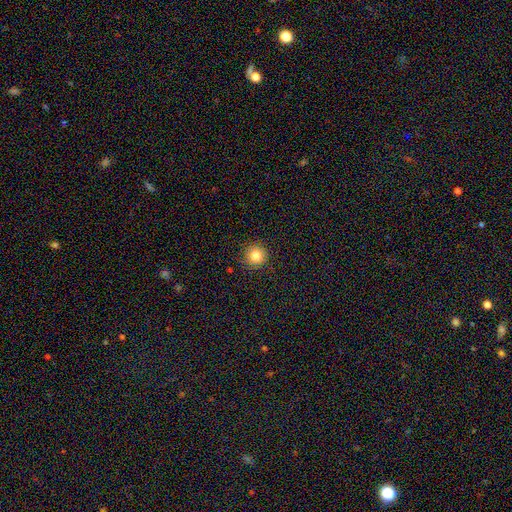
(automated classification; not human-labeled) This is clearly a smooth galaxy (82%). How rounded: clearly round (95%). Merging: clearly none (88%).